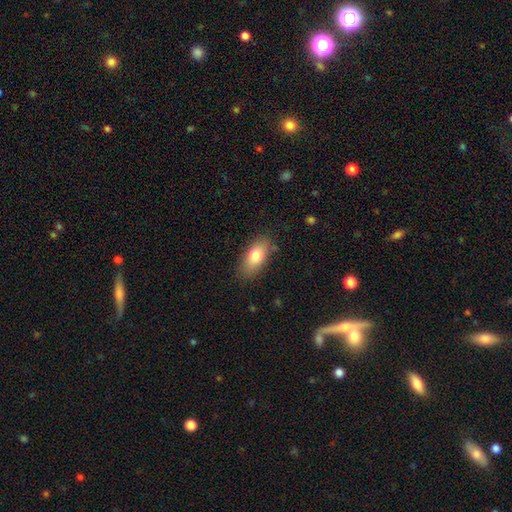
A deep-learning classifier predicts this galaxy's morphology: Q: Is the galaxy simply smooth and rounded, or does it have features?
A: smooth — 77%.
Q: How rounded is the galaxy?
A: in between — 85%.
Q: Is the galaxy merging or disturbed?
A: none — 81%.